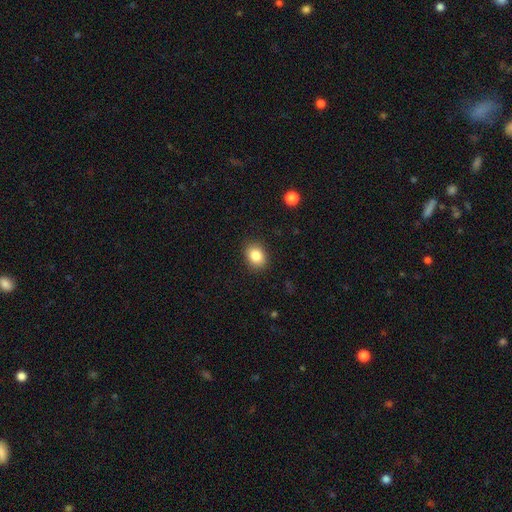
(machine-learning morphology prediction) Q: Smooth or featured?
A: smooth (84%); runner-up: star or artifact (9%)
Q: How rounded?
A: in between (57%); runner-up: round (42%)
Q: Merging?
A: none (88%); runner-up: minor disturbance (8%)